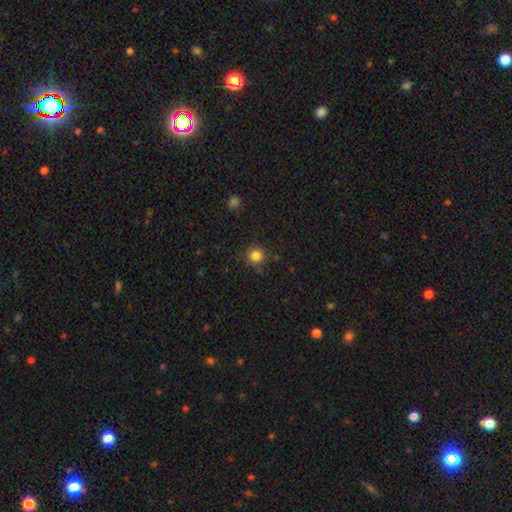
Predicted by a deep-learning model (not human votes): Morphology: type=smooth (84%); roundness=round (95%); merging=none (86%).